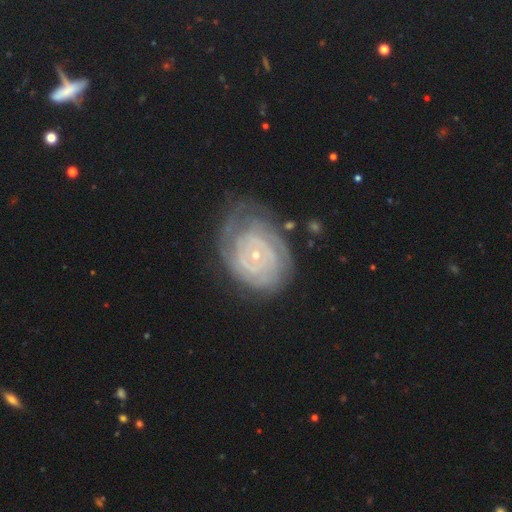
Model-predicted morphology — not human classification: featured or disk 83%, smooth 11%, star or artifact 7%. Down the decision tree: edge-on disk — no (97%); bar — no (71%); spiral arms — yes (91%); spiral arm count — can't tell (40%); spiral winding — tight (81%); bulge size — small (83%); merging — none (64%).